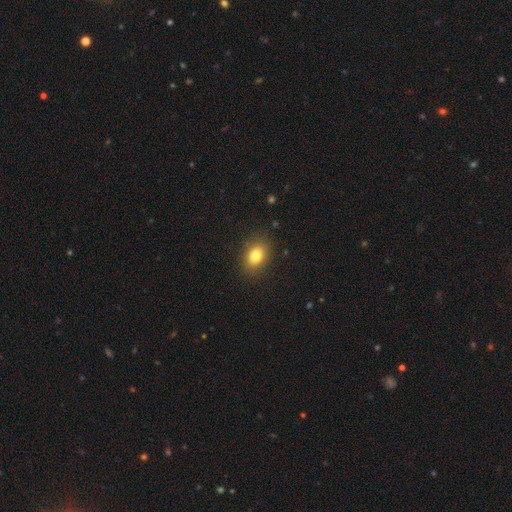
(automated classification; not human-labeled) smooth_or_featured: smooth (p=0.81) [alt: star or artifact p=0.11]
how_rounded: in between (p=0.69) [alt: round p=0.30]
merging: none (p=0.87) [alt: minor disturbance p=0.09]